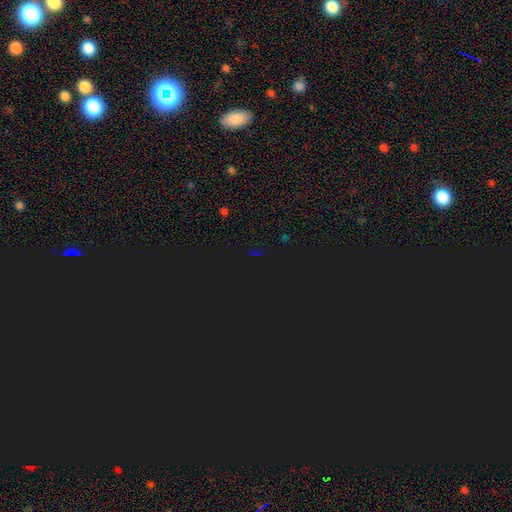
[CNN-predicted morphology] Smooth or featured? Predicted: star or artifact (p=0.78).